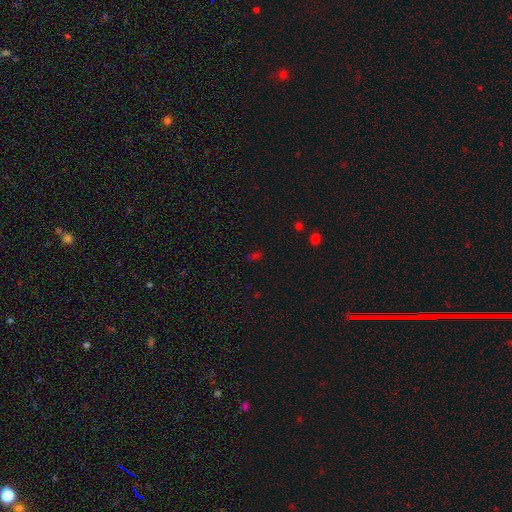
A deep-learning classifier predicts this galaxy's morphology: This is possibly a star or artifact rather than a galaxy (47%).